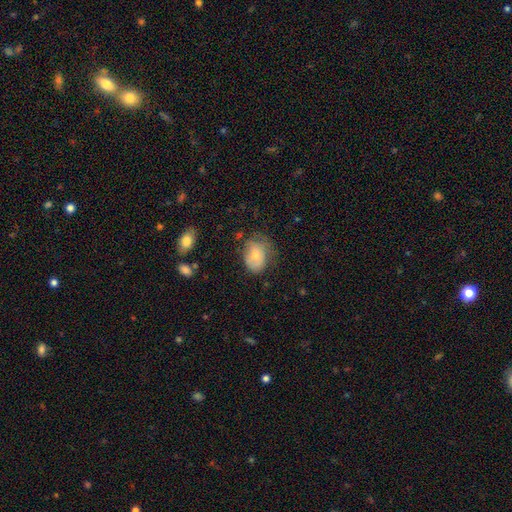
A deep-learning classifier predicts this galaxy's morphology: This is likely a smooth galaxy (66%). How rounded: likely in between (70%). Merging: possibly none (48%).